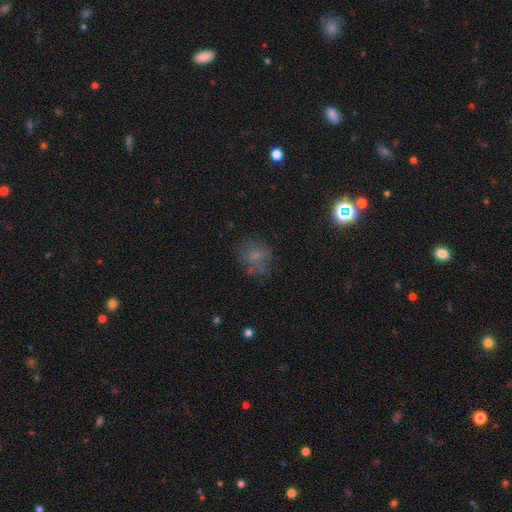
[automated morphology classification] smooth_or_featured: smooth (p=0.61) [alt: featured or disk p=0.22]
how_rounded: round (p=0.67) [alt: in between p=0.32]
merging: none (p=0.61) [alt: minor disturbance p=0.21]